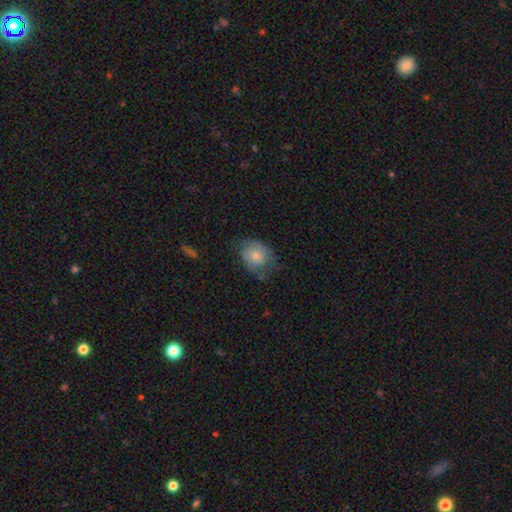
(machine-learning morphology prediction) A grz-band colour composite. It shows a smooth galaxy with no disk features (59%) that is round (51%). Merging: none (55%).